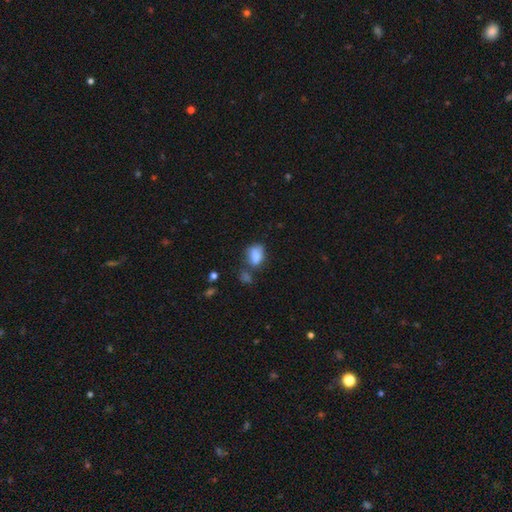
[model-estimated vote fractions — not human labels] Smooth or featured: smooth — 83% (star or artifact — 10%)
How rounded: in between — 81% (round — 17%)
Merging: none — 43% (minor disturbance — 24%)